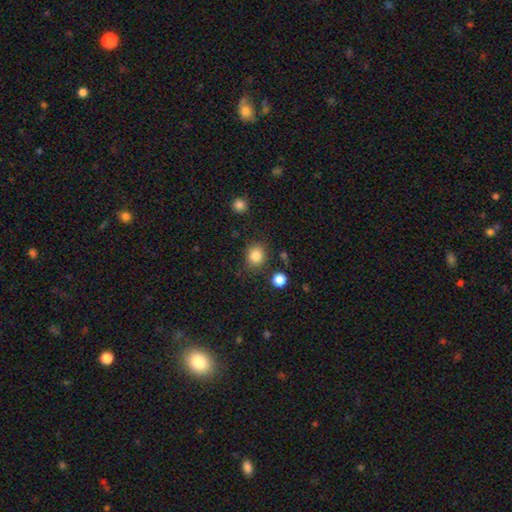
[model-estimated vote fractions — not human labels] Smooth or featured?
  - smooth: 84% *
  - star or artifact: 11%
  - featured or disk: 5%
How rounded?
  - round: 76% *
  - in between: 23%
  - cigar-shaped: 1%
Merging?
  - none: 83% *
  - minor disturbance: 10%
  - merger: 3%
  - major disturbance: 3%